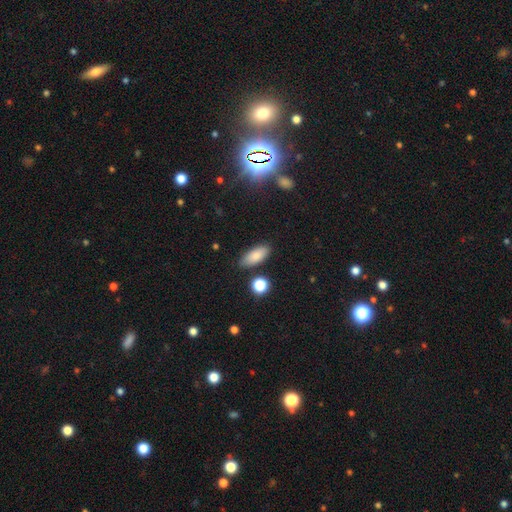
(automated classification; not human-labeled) Q: Smooth or featured?
A: smooth (83%); runner-up: star or artifact (8%)
Q: How rounded?
A: in between (80%); runner-up: cigar-shaped (17%)
Q: Merging?
A: none (82%); runner-up: minor disturbance (12%)